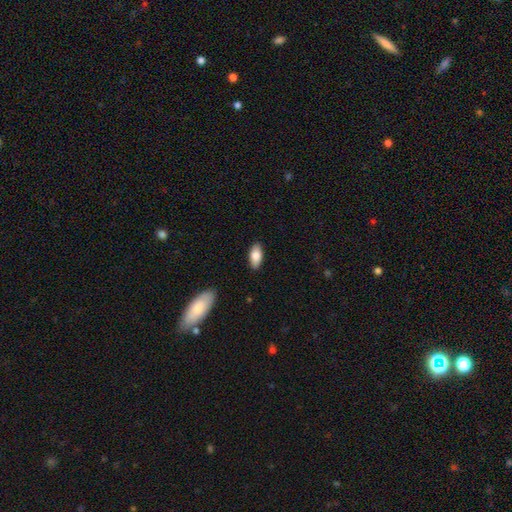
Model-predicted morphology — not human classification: Q: Smooth or featured?
A: smooth (83%); runner-up: featured or disk (11%)
Q: How rounded?
A: in between (89%); runner-up: cigar-shaped (9%)
Q: Merging?
A: none (87%); runner-up: minor disturbance (10%)